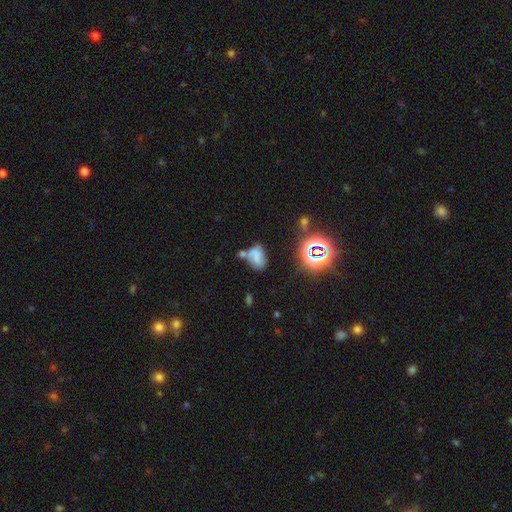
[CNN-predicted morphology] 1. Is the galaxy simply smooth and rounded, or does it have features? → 47% smooth, 32% featured or disk, 20% star or artifact.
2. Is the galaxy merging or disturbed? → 37% none, 27% merger, 23% minor disturbance, 13% major disturbance.